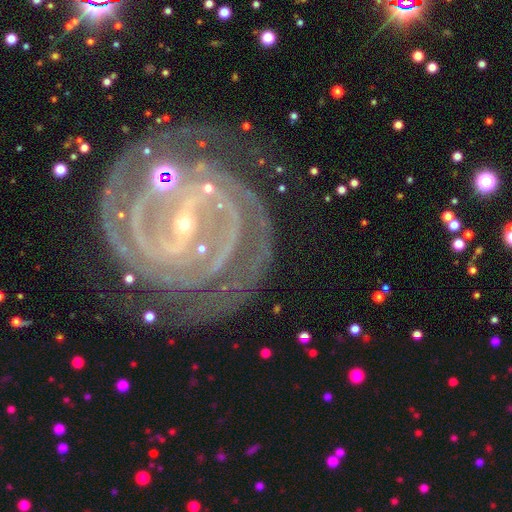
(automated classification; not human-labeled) A featured or disk galaxy (91%) with a strong bar (57%), 2 (37%) tight (73%) spiral arms (98%) and a small central bulge (83%). Merging: none (66%).